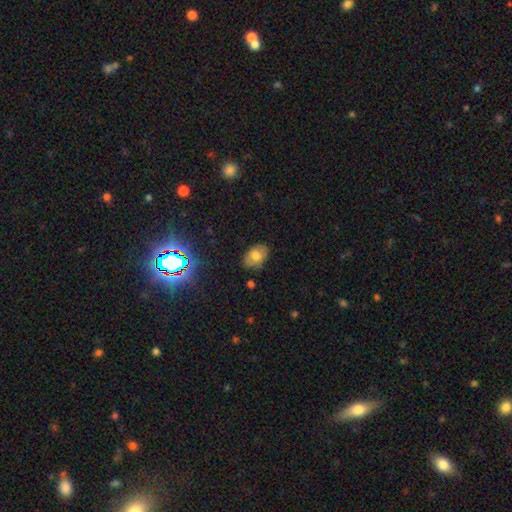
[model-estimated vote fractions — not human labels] smooth-or-featured: smooth: 73% | featured or disk: 16% | star or artifact: 11%
  how-rounded: in between: 83% | round: 16% | cigar-shaped: 1%
  merging: none: 81% | minor disturbance: 14% | major disturbance: 3% | merger: 2%